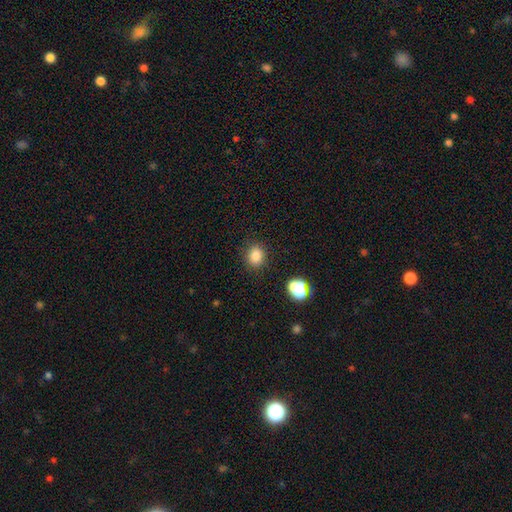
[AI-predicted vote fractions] Smooth or featured? Predicted: smooth (p=0.83). How rounded? Predicted: round (p=0.64). Merging? Predicted: none (p=0.86).